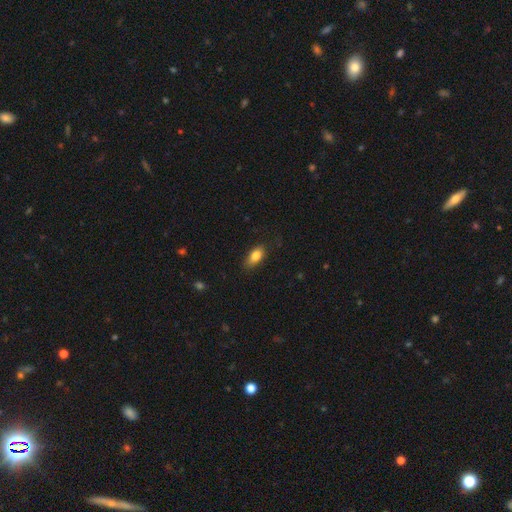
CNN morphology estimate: smooth_or_featured: smooth (p=0.81) [alt: featured or disk p=0.11]
how_rounded: in between (p=0.84) [alt: cigar-shaped p=0.10]
merging: none (p=0.78) [alt: minor disturbance p=0.17]